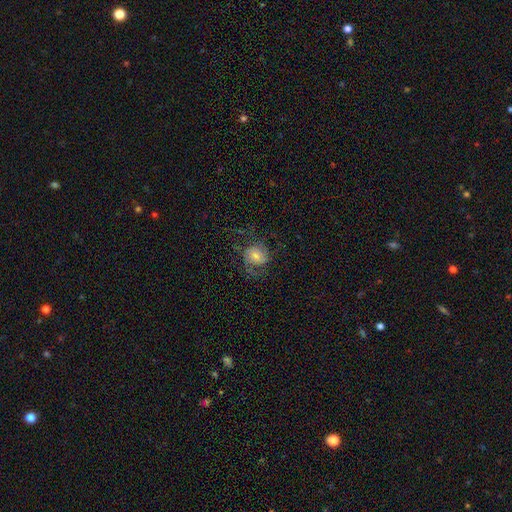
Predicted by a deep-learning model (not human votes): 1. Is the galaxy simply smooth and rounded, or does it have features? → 65% featured or disk, 26% smooth, 10% star or artifact.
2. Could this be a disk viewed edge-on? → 97% no, 3% yes.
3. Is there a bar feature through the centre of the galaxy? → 67% no, 27% weak, 6% strong.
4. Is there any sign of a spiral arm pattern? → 89% yes, 11% no.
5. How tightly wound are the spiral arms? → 47% medium, 30% loose, 23% tight.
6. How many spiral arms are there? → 65% 2, 13% can't tell, 9% 1, 8% 3, 3% 4, 3% more than 4.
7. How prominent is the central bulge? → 46% moderate, 39% small, 9% large, 3% none, 2% dominant.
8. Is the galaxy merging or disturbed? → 62% none, 21% major disturbance, 17% minor disturbance, 1% merger.